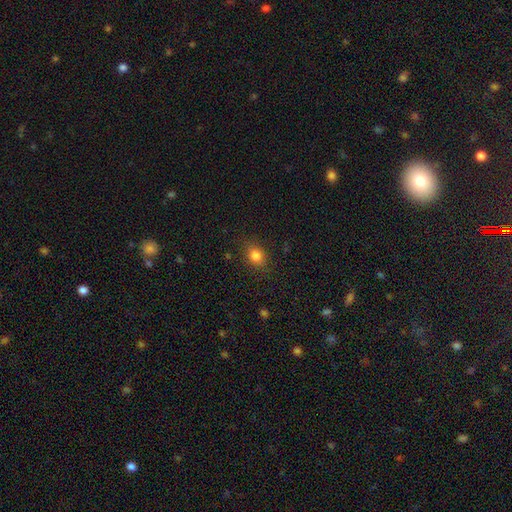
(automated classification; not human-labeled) A smooth galaxy with no disk features (83%) that is round (53%).

Vote fractions:
- Smooth or featured? smooth: 83% / star or artifact: 12% / featured or disk: 6%
- How rounded? round: 53% / in between: 46% / cigar-shaped: 1%
- Merging? none: 84% / minor disturbance: 11% / major disturbance: 3% / merger: 1%